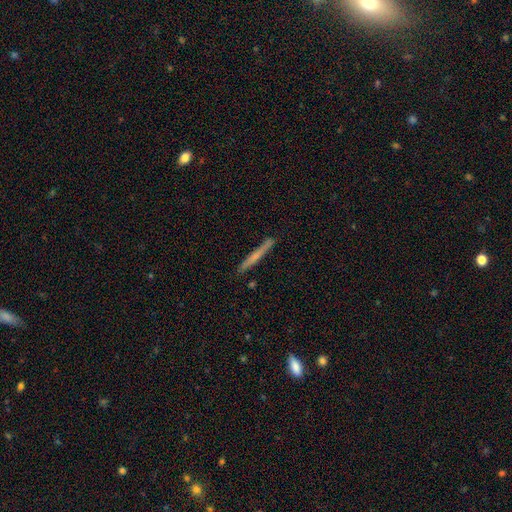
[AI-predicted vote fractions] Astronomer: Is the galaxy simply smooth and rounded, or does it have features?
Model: smooth — 53% (runner-up: featured or disk, 41%).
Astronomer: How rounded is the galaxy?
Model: cigar-shaped — 97%.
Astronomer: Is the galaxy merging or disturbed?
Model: none — 89%.